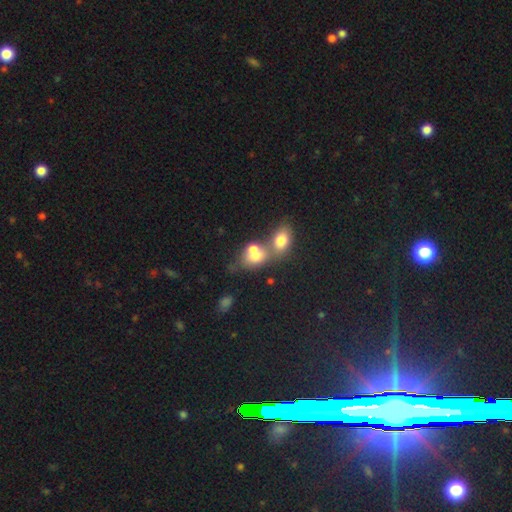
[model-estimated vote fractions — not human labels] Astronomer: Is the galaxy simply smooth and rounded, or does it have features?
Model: smooth — 67%.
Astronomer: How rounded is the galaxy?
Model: in between — 61% (runner-up: round, 37%).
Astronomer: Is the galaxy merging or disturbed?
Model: merger — 62%.